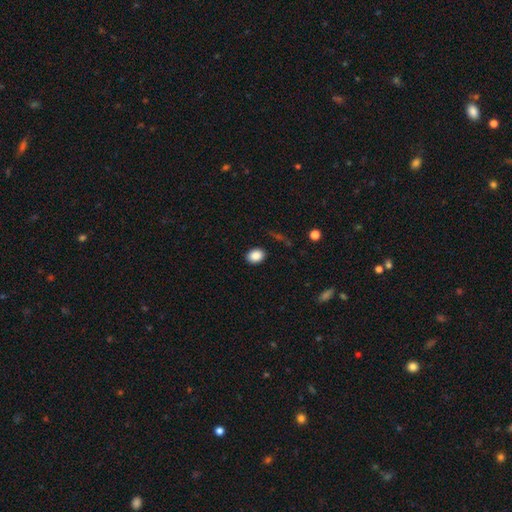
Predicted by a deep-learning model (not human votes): Morphology: type=smooth (87%); roundness=in between (60%); merging=none (88%).